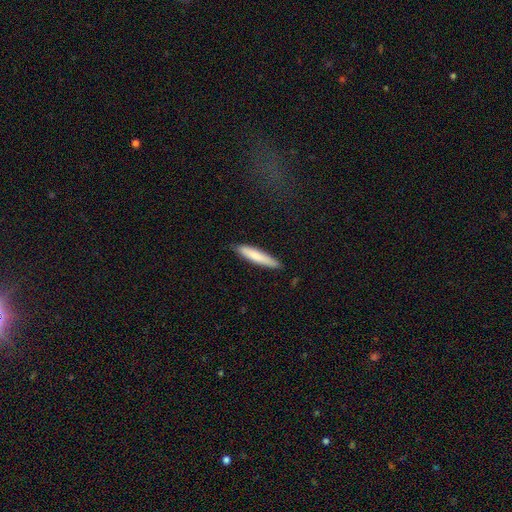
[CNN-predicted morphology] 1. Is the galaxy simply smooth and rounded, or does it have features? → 76% smooth, 18% featured or disk, 5% star or artifact.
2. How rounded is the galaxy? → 90% cigar-shaped, 9% in between, 1% round.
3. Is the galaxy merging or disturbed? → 85% none, 12% minor disturbance, 2% major disturbance, 1% merger.